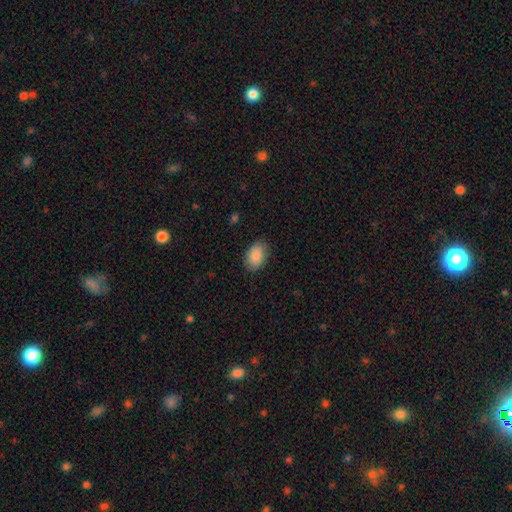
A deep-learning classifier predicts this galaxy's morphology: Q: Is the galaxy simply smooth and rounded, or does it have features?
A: smooth — 88%.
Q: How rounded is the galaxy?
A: in between — 90%.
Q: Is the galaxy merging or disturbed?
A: none — 84%.